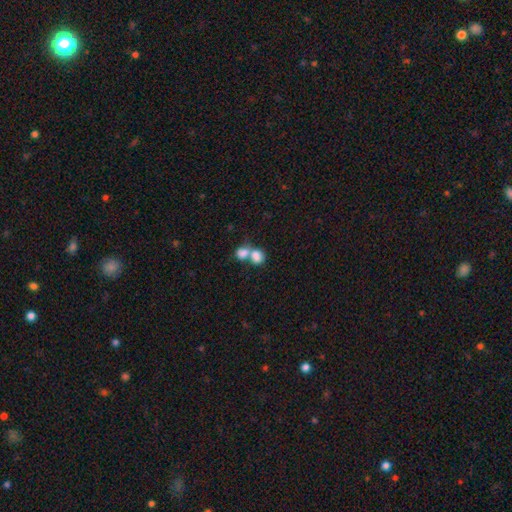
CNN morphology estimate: Smooth or featured?
  - smooth: 81% *
  - featured or disk: 11%
  - star or artifact: 9%
How rounded?
  - round: 54% *
  - in between: 45%
  - cigar-shaped: 1%
Merging?
  - merger: 68% *
  - none: 22%
  - minor disturbance: 6%
  - major disturbance: 4%